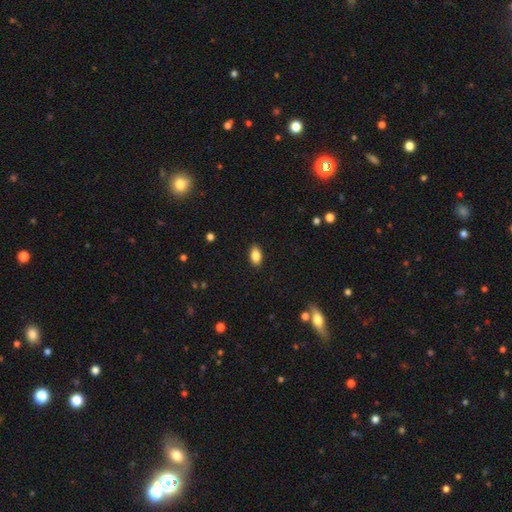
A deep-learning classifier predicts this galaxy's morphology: Overall: smooth (84%). How rounded: in between (91%). Merging: none (89%).